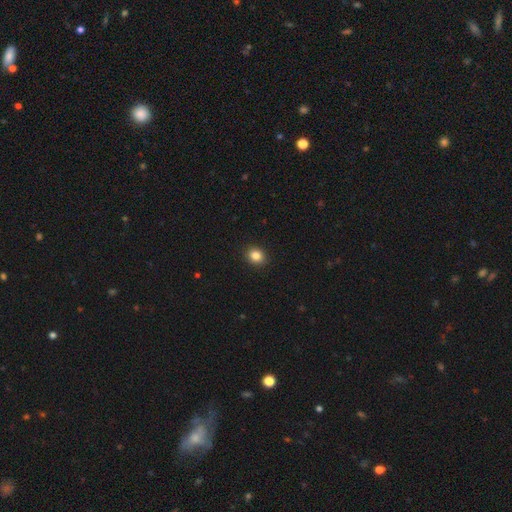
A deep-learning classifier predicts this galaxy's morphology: Smooth or featured? smooth (85%)
How rounded? round (66%)
Merging? none (91%)